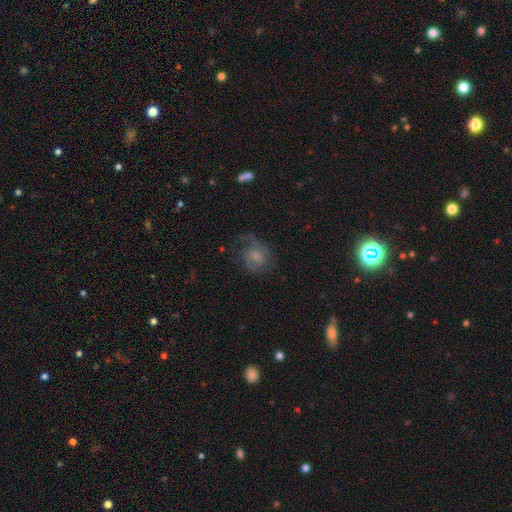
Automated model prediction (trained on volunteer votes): This appears to be a featured or disk galaxy (58%) with no bar (67%), spiral arms (85%) and a small central bulge (48%). Merging: none (49%).